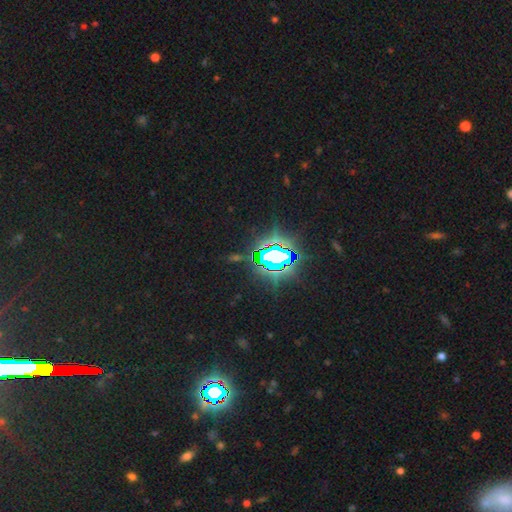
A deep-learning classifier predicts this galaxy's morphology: Smooth or featured? Predicted: star or artifact (p=0.82).